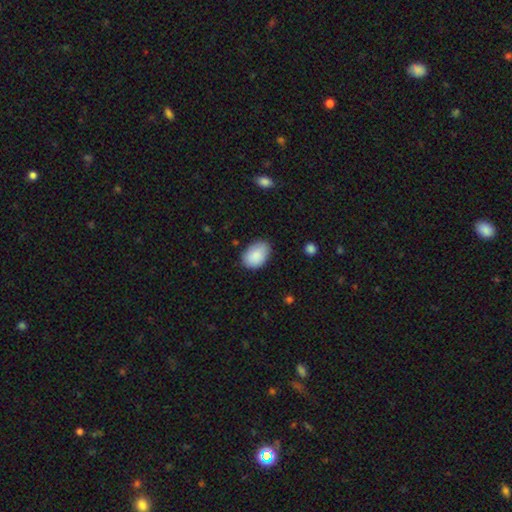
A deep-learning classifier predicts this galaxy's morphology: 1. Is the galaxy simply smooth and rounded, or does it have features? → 88% smooth, 6% star or artifact, 6% featured or disk.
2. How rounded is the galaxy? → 87% in between, 12% round, 1% cigar-shaped.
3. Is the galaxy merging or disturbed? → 80% none, 16% minor disturbance, 3% major disturbance, 1% merger.